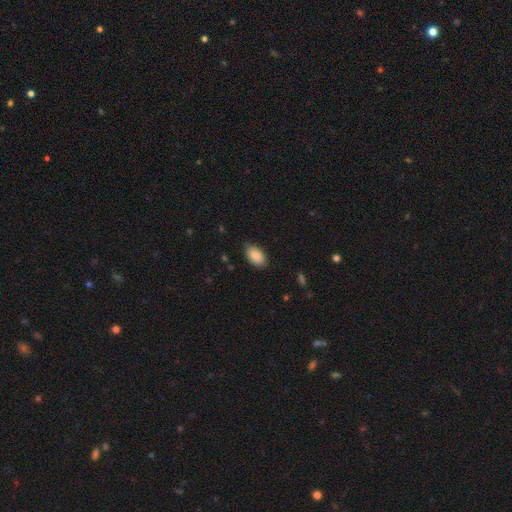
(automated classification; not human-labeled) The model was most divided on "merging": none: 80%, minor disturbance: 16%, major disturbance: 3%, merger: 1%. More confident: how rounded — in between (94%); smooth or featured — smooth (88%).